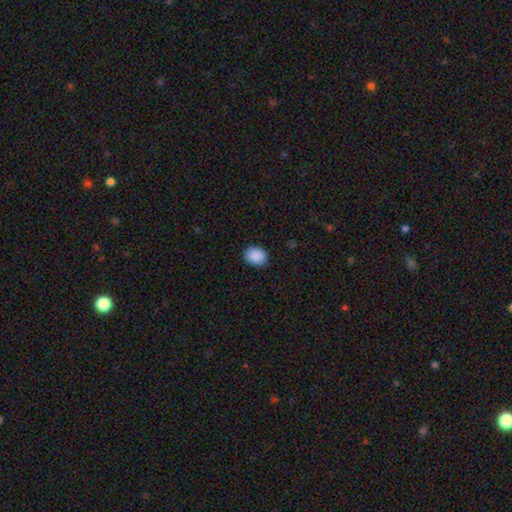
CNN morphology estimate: Smooth or featured?
  - smooth: 90% *
  - star or artifact: 8%
  - featured or disk: 2%
How rounded?
  - round: 53% *
  - in between: 46%
  - cigar-shaped: 1%
Merging?
  - none: 87% *
  - minor disturbance: 10%
  - major disturbance: 2%
  - merger: 1%